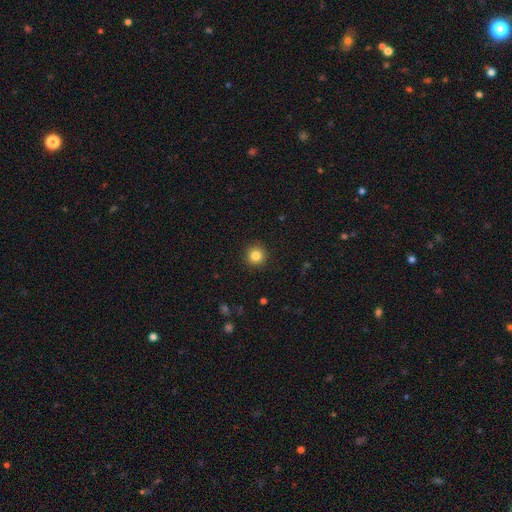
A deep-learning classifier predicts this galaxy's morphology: Q: Smooth or featured?
A: smooth (84%); runner-up: star or artifact (11%)
Q: How rounded?
A: round (95%); runner-up: in between (4%)
Q: Merging?
A: none (92%); runner-up: minor disturbance (5%)